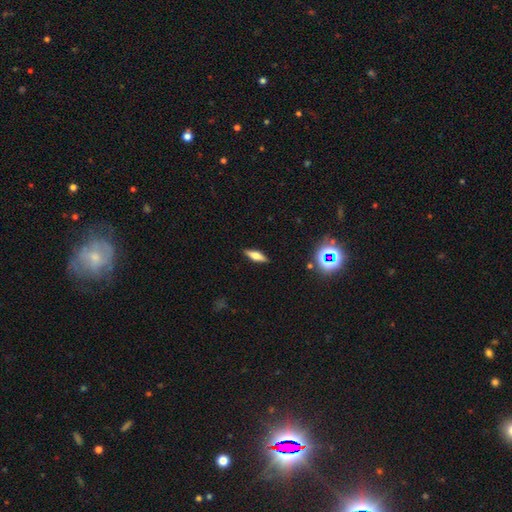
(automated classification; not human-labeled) Smooth or featured? smooth (53%)
How rounded? cigar-shaped (51%)
Merging? none (88%)